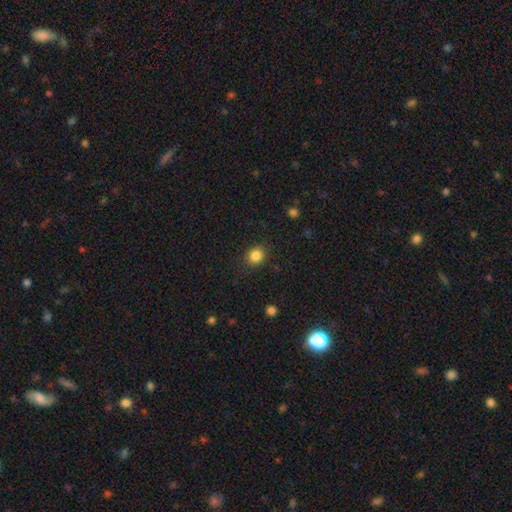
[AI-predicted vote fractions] Smooth or featured? smooth (85%)
How rounded? round (79%)
Merging? none (87%)